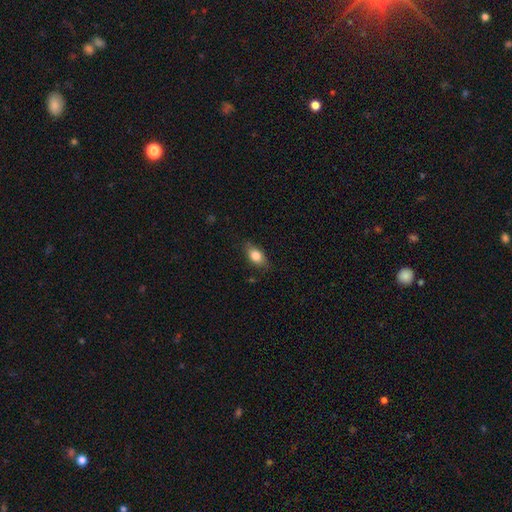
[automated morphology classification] Overall: smooth (80%). How rounded: in between (84%). Merging: none (77%).